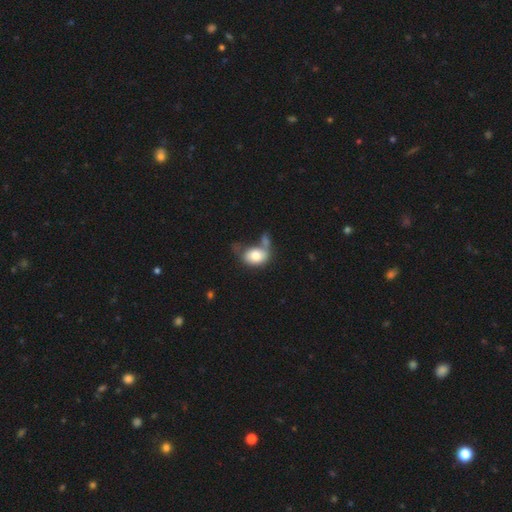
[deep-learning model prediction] smooth 75%, featured or disk 17%, star or artifact 7%. Down the decision tree: how rounded — in between (68%); merging — merger (32%).